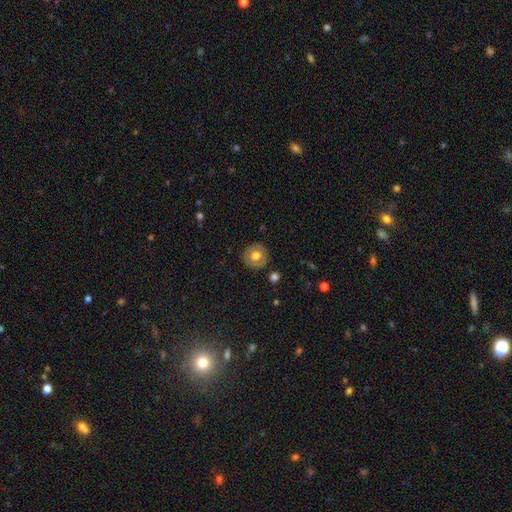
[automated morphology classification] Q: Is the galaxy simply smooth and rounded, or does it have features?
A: smooth — 63%.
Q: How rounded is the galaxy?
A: round — 90%.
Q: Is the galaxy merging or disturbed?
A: none — 87%.